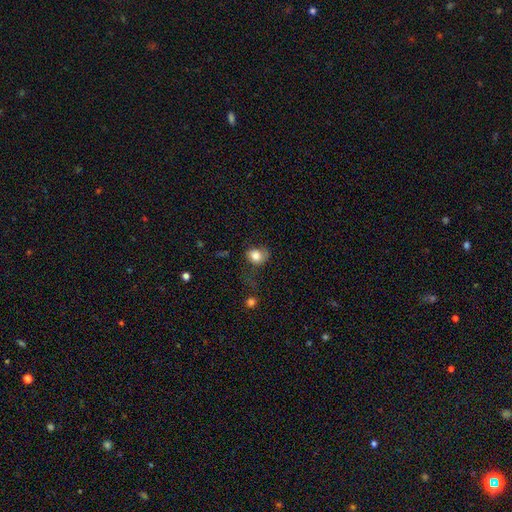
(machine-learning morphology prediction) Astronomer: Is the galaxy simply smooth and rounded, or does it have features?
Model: smooth — 80%.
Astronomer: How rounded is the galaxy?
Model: round — 60% (runner-up: in between, 39%).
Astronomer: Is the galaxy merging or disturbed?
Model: none — 44% (runner-up: minor disturbance, 29%).